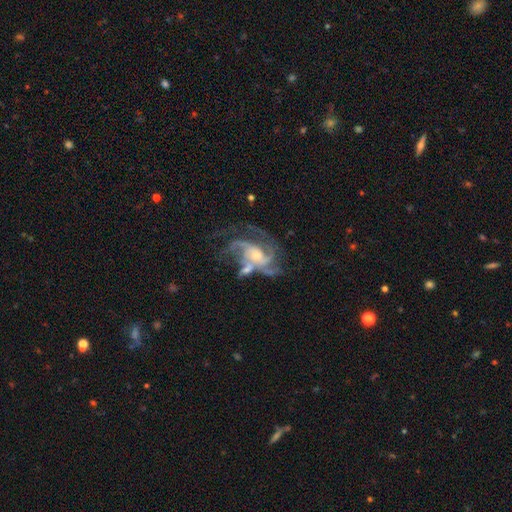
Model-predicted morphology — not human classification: featured or disk 89%, star or artifact 6%, smooth 5%. Down the decision tree: edge-on disk — no (98%); bar — no (60%); spiral arms — yes (97%); spiral arm count — 3 (43%); spiral winding — medium (51%); bulge size — moderate (54%); merging — none (38%).